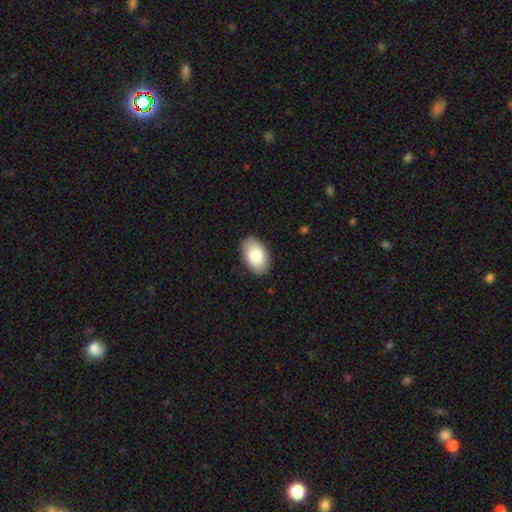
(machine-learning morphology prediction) smooth_or_featured: smooth (p=0.85) [alt: featured or disk p=0.10]
how_rounded: in between (p=0.94) [alt: round p=0.05]
merging: none (p=0.88) [alt: minor disturbance p=0.09]